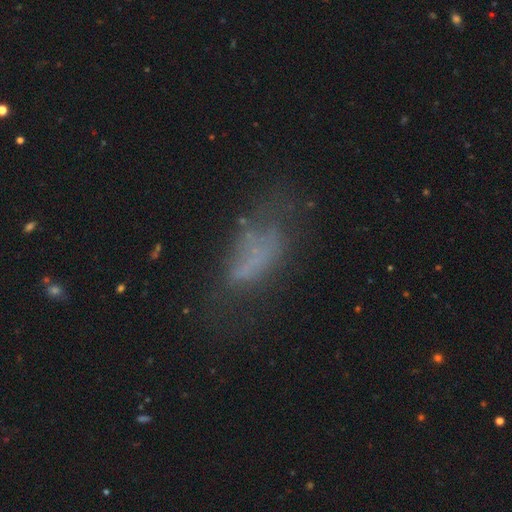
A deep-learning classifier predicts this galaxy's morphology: smooth-or-featured: smooth: 46% | featured or disk: 33% | star or artifact: 21%
  merging: none: 38% | major disturbance: 31% | minor disturbance: 25% | merger: 6%